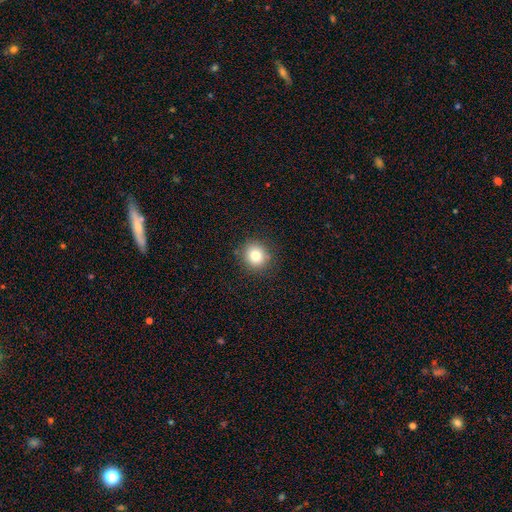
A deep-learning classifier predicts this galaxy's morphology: This is clearly a smooth galaxy (80%). How rounded: clearly round (88%). Merging: clearly none (88%).